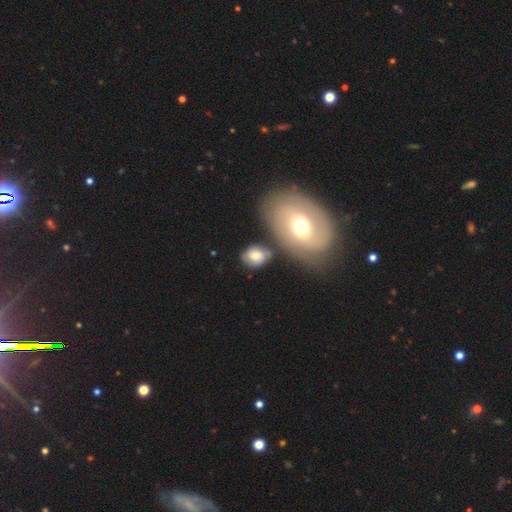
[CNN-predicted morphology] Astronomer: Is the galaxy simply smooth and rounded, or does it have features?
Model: smooth — 68%.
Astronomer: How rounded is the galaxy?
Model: in between — 53% (runner-up: round, 45%).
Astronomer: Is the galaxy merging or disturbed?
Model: none — 58%.